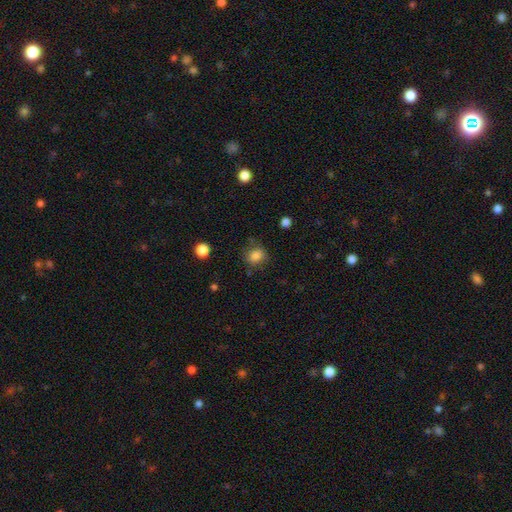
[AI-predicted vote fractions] smooth_or_featured: smooth (p=0.82) [alt: star or artifact p=0.12]
how_rounded: round (p=0.72) [alt: in between p=0.27]
merging: none (p=0.78) [alt: minor disturbance p=0.15]